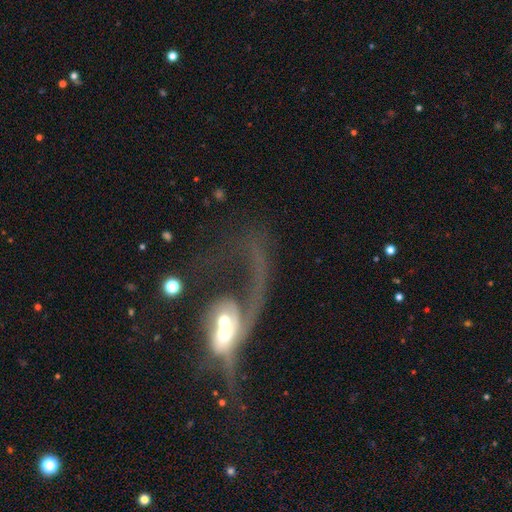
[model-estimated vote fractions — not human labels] This is likely a featured or disk galaxy (66%). It is clearly not viewed edge-on (89%). Bar: possibly no (60%). Spiral arm pattern: likely yes (63%). Central bulge: possibly moderate (49%). Merging: possibly merger (47%).